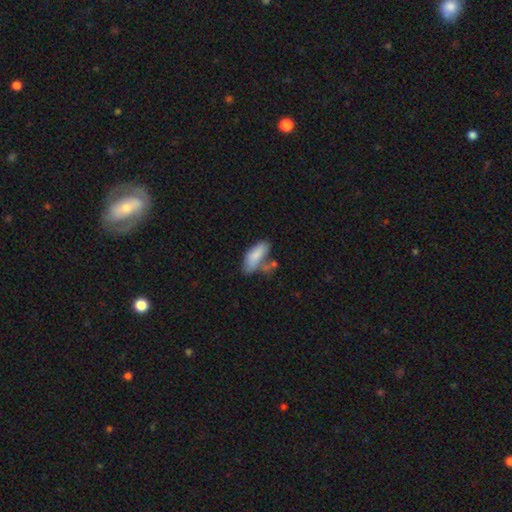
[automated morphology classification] Smooth or featured: smooth — 80% (featured or disk — 13%)
How rounded: in between — 78% (cigar-shaped — 20%)
Merging: none — 43% (minor disturbance — 25%)